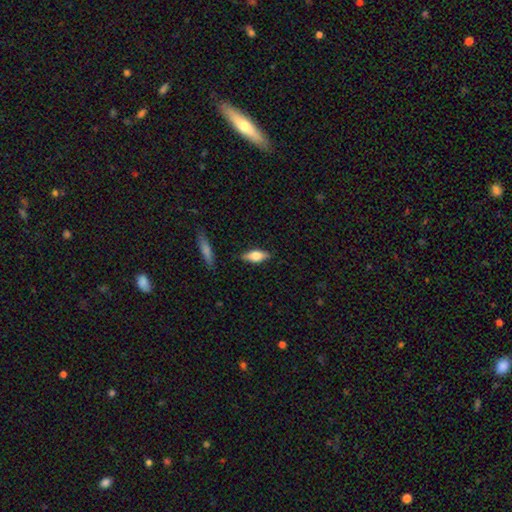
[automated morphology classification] Q: Smooth or featured?
A: smooth (63%); runner-up: featured or disk (30%)
Q: How rounded?
A: in between (70%); runner-up: cigar-shaped (26%)
Q: Merging?
A: none (82%); runner-up: minor disturbance (13%)